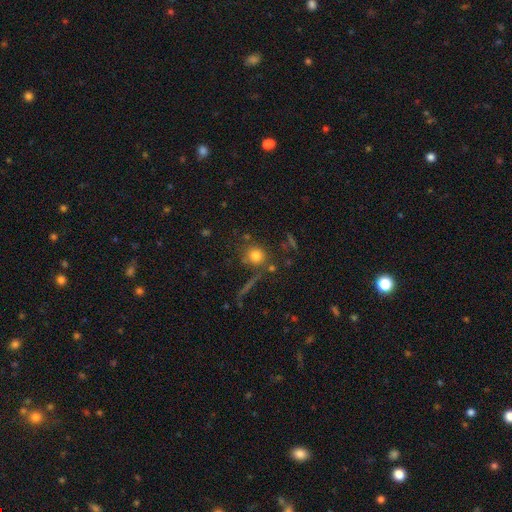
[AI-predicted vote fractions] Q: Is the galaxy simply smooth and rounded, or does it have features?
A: smooth — 77%.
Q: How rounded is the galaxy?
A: round — 88%.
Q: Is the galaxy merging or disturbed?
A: none — 73%.